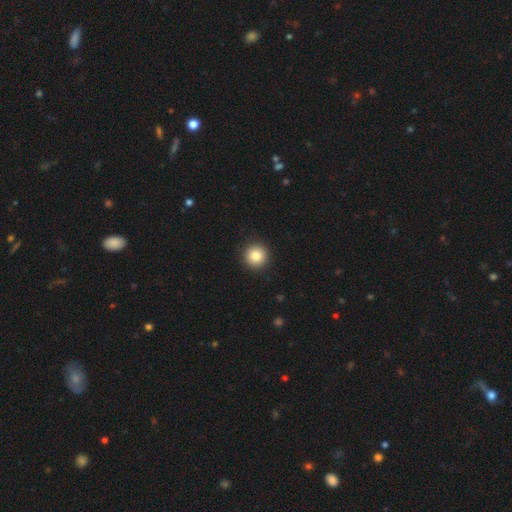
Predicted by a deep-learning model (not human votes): Overall: smooth (84%). How rounded: round (95%). Merging: none (93%).